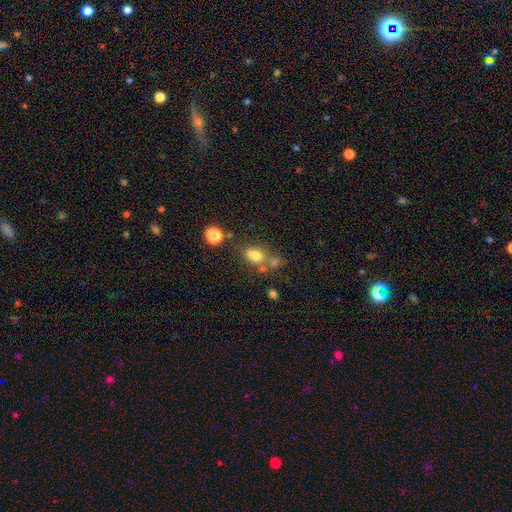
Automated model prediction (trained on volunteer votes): smooth 64%, star or artifact 18%, featured or disk 18%. Down the decision tree: how rounded — round (64%); merging — merger (45%).